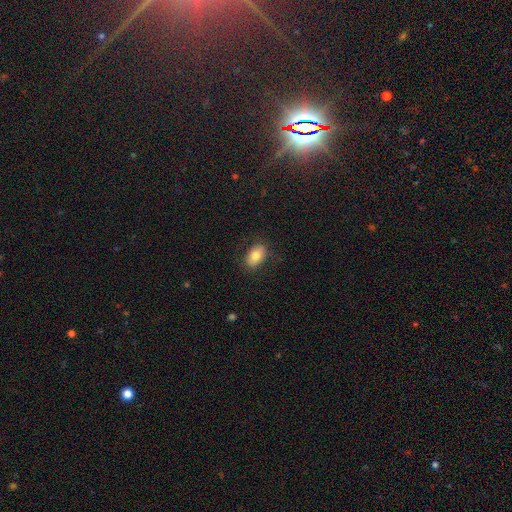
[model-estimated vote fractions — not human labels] smooth-or-featured: smooth: 80% | featured or disk: 12% | star or artifact: 8%
  how-rounded: in between: 88% | round: 11% | cigar-shaped: 1%
  merging: none: 83% | minor disturbance: 12% | major disturbance: 4% | merger: 1%